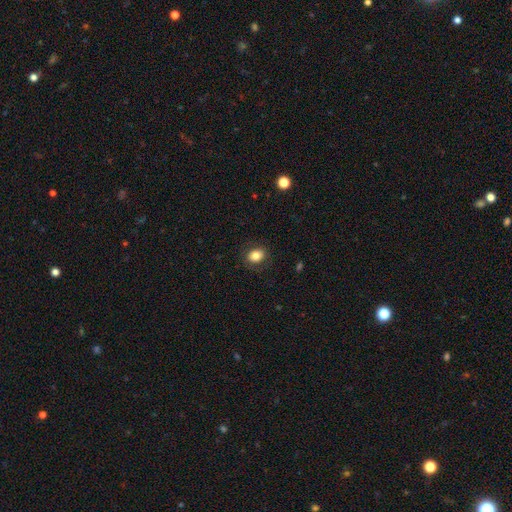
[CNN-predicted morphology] smooth-or-featured: smooth: 83% | star or artifact: 9% | featured or disk: 8%
  how-rounded: in between: 54% | round: 45% | cigar-shaped: 1%
  merging: none: 84% | minor disturbance: 11% | major disturbance: 4% | merger: 1%